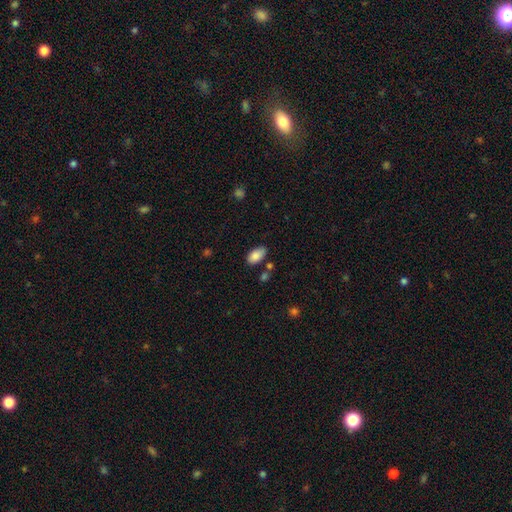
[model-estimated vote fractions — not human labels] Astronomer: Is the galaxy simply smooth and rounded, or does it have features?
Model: smooth — 86%.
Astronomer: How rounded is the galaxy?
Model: in between — 94%.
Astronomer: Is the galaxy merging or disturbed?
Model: none — 72%.